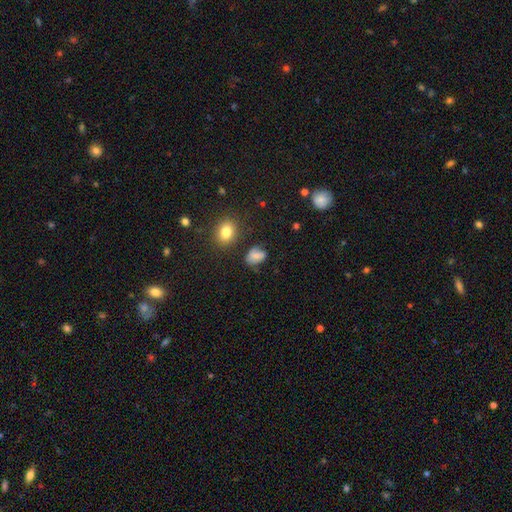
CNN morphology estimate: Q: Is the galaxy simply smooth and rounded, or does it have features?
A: smooth — 68%.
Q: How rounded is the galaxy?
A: in between — 71%.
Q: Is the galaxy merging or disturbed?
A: none — 61%.